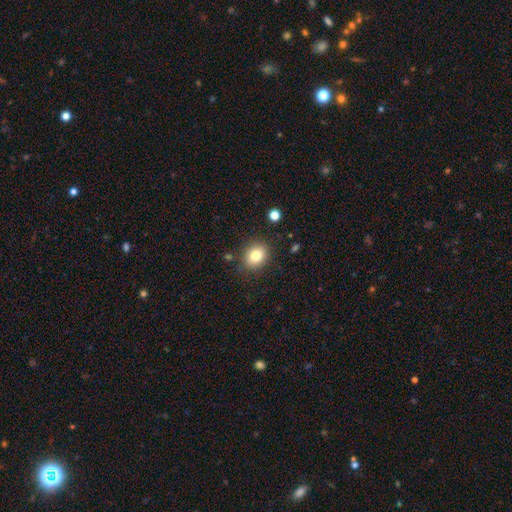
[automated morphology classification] Smooth or featured?
  - smooth: 80% *
  - star or artifact: 11%
  - featured or disk: 9%
How rounded?
  - round: 59% *
  - in between: 40%
  - cigar-shaped: 1%
Merging?
  - none: 86% *
  - minor disturbance: 9%
  - major disturbance: 3%
  - merger: 2%